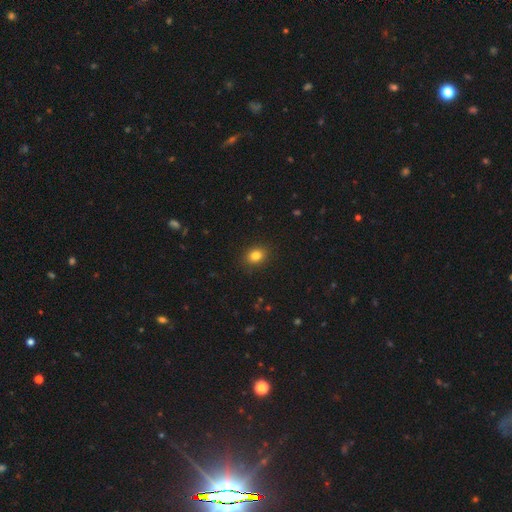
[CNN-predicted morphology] The model was most divided on "how rounded": in between: 56%, round: 43%, cigar-shaped: 1%. More confident: merging — none (89%); smooth or featured — smooth (84%).